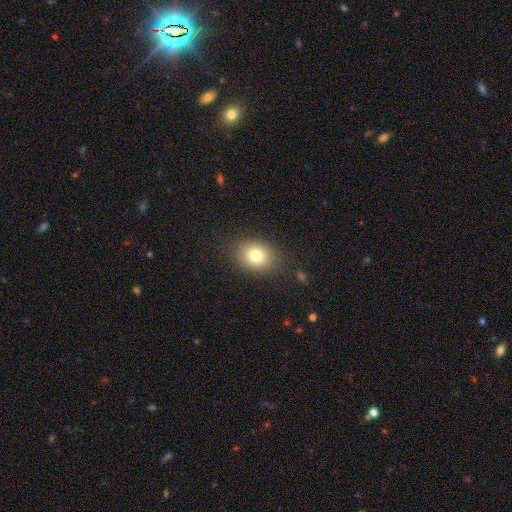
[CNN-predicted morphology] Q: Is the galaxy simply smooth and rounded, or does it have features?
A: smooth — 78%.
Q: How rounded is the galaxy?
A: in between — 51%.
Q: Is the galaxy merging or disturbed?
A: none — 85%.